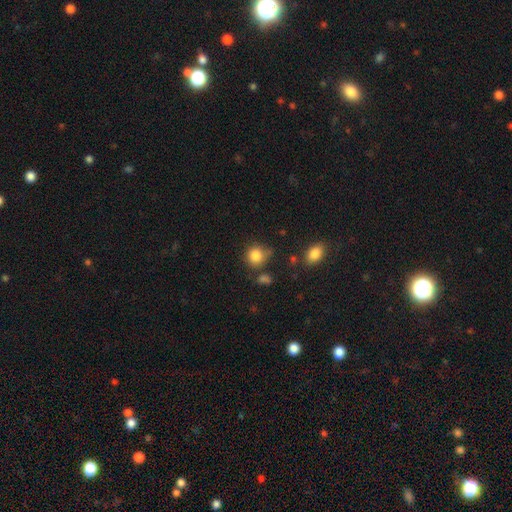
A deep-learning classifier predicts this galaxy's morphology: smooth 85%, star or artifact 10%, featured or disk 5%. Down the decision tree: how rounded — round (82%); merging — none (65%).